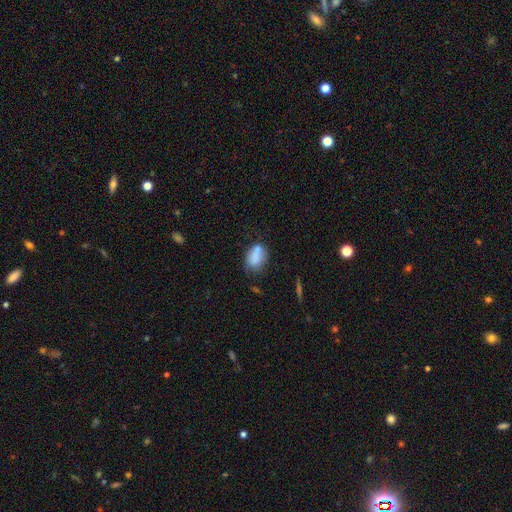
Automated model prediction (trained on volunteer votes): Smooth or featured?
  - smooth: 80% *
  - featured or disk: 11%
  - star or artifact: 9%
How rounded?
  - in between: 80% *
  - round: 18%
  - cigar-shaped: 2%
Merging?
  - none: 50% *
  - minor disturbance: 25%
  - merger: 17%
  - major disturbance: 8%